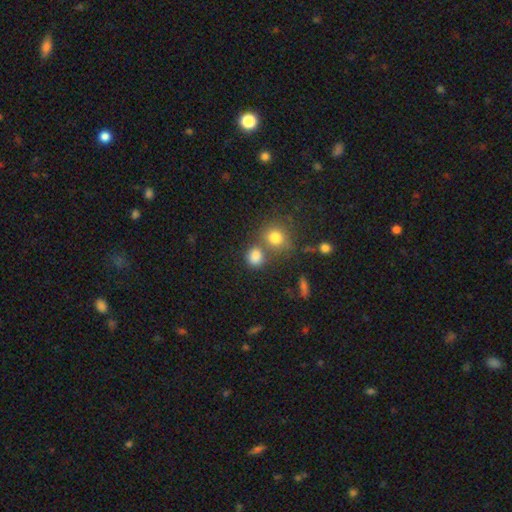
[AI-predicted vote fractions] Smooth or featured: smooth — 80% (star or artifact — 14%)
How rounded: round — 72% (in between — 26%)
Merging: none — 56% (merger — 29%)